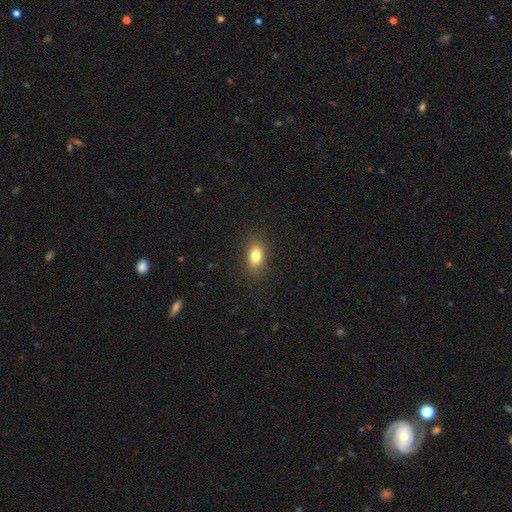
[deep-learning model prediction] Q: Smooth or featured?
A: smooth (81%); runner-up: star or artifact (10%)
Q: How rounded?
A: in between (80%); runner-up: round (17%)
Q: Merging?
A: none (87%); runner-up: minor disturbance (9%)